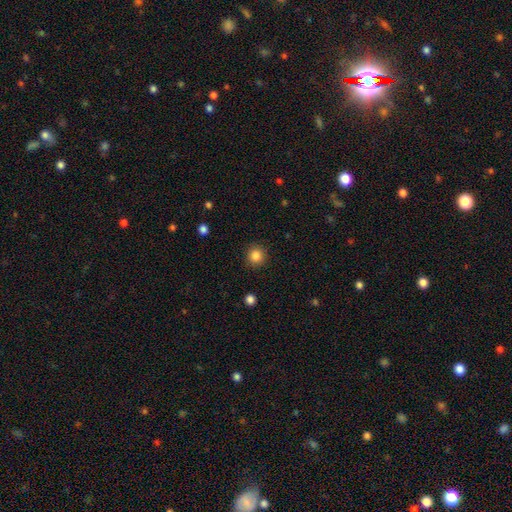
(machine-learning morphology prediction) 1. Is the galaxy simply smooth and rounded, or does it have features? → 85% smooth, 11% star or artifact, 4% featured or disk.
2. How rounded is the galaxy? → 93% round, 6% in between, 1% cigar-shaped.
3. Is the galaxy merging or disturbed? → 90% none, 6% minor disturbance, 2% major disturbance, 1% merger.